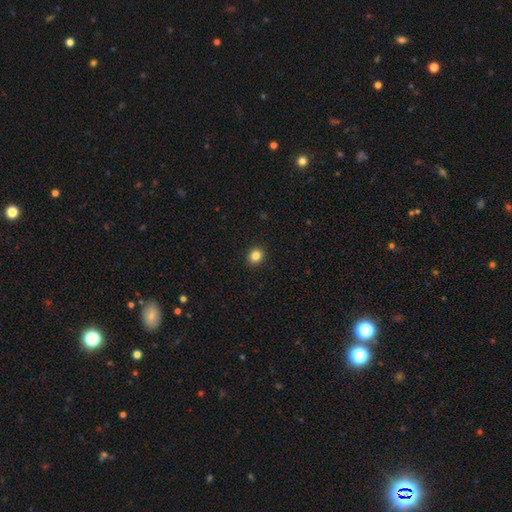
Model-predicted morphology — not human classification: Smooth or featured: smooth — 85% (star or artifact — 11%)
How rounded: round — 74% (in between — 25%)
Merging: none — 92% (minor disturbance — 5%)